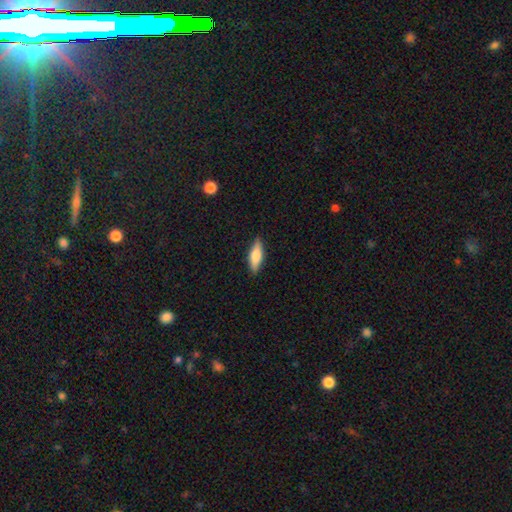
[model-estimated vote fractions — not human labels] Q: Smooth or featured?
A: smooth (66%); runner-up: featured or disk (28%)
Q: How rounded?
A: in between (49%); runner-up: cigar-shaped (48%)
Q: Merging?
A: none (87%); runner-up: minor disturbance (10%)